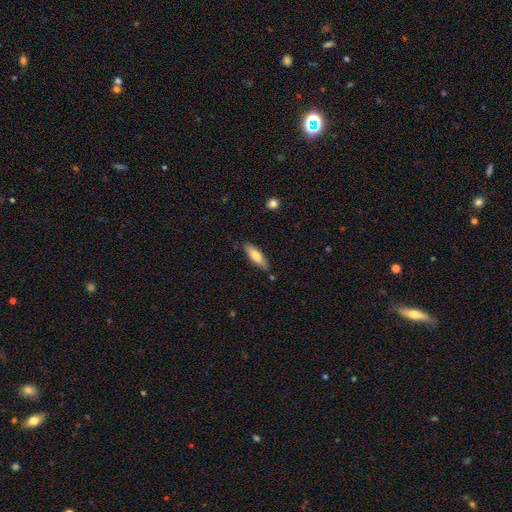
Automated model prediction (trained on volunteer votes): This appears to be a smooth galaxy with no disk features (71%) that is cigar-shaped (54%). Merging: none (82%).